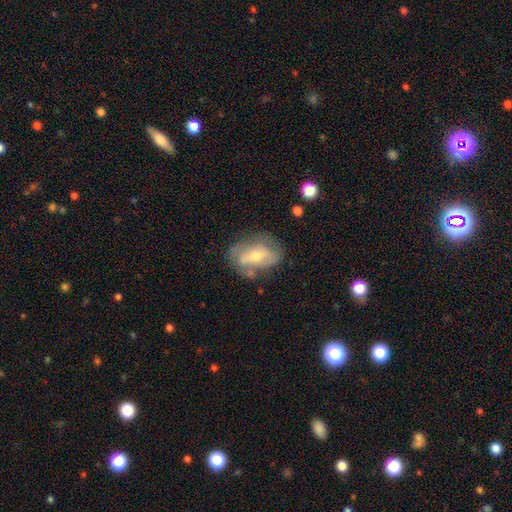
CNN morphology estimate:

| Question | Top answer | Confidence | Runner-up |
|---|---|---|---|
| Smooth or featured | featured or disk | 54% | smooth (38%) |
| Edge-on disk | no | 92% | yes (8%) |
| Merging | none | 54% | minor disturbance (26%) |